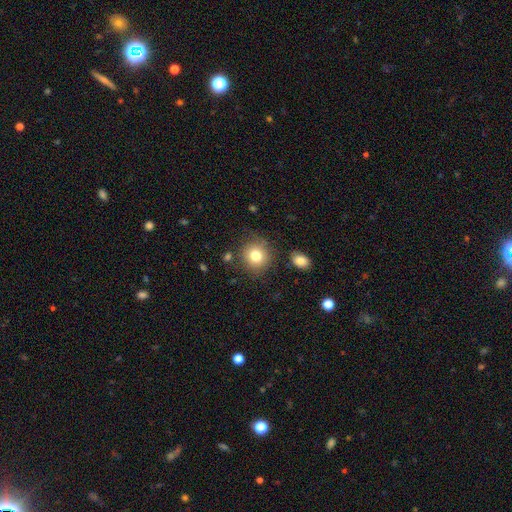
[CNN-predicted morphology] The model was most divided on "smooth or featured": smooth: 79%, star or artifact: 11%, featured or disk: 10%. More confident: how rounded — round (89%); merging — none (81%).